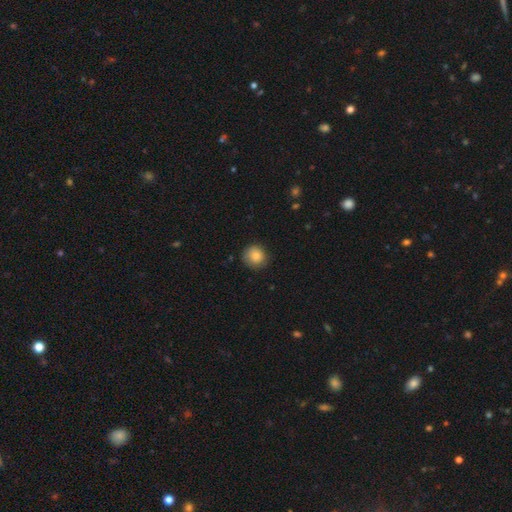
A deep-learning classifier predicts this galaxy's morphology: Overall: smooth (82%). How rounded: round (90%). Merging: none (81%).